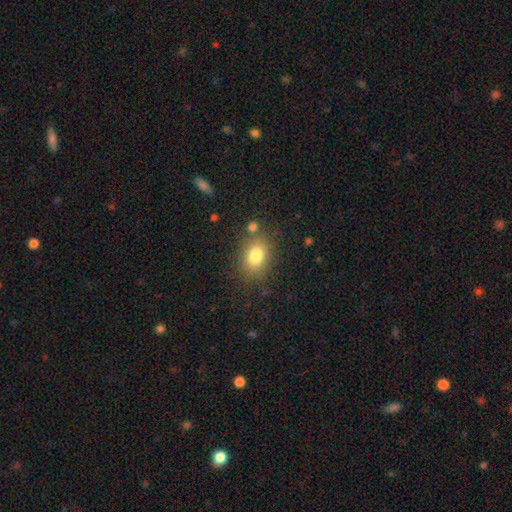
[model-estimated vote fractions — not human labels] Overall: smooth (81%). How rounded: in between (64%; round 35%). Merging: none (77%).